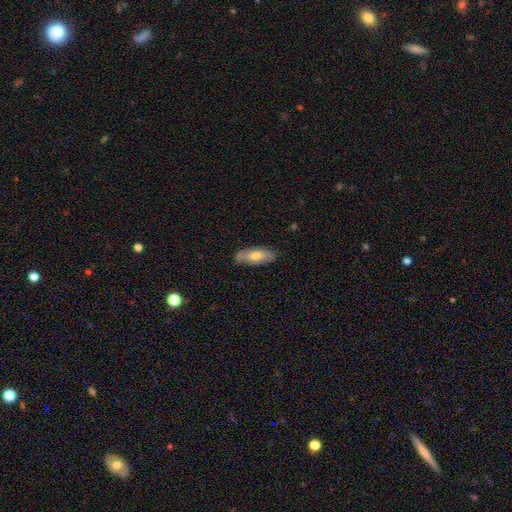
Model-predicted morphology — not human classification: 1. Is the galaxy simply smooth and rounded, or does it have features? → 62% smooth, 31% featured or disk, 7% star or artifact.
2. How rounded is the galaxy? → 62% in between, 35% cigar-shaped, 2% round.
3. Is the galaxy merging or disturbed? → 82% none, 14% minor disturbance, 2% major disturbance, 1% merger.